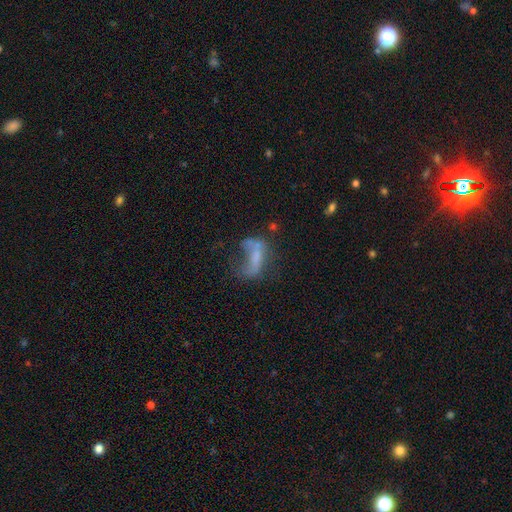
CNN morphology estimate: Smooth or featured?
  - featured or disk: 47% *
  - smooth: 37%
  - star or artifact: 16%
Merging?
  - major disturbance: 43% *
  - none: 26%
  - minor disturbance: 17%
  - merger: 14%